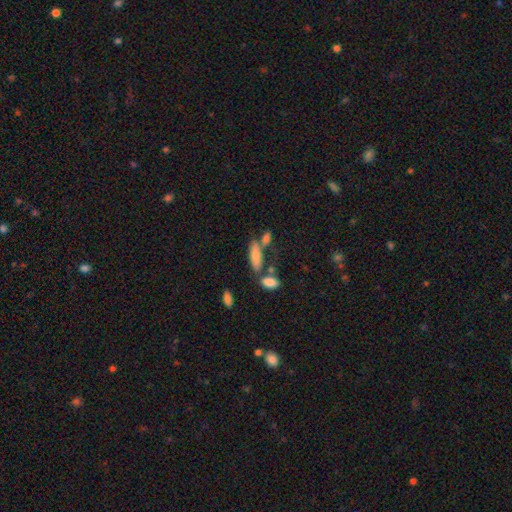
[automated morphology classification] smooth-or-featured: smooth: 77% | featured or disk: 14% | star or artifact: 8%
  how-rounded: in between: 59% | cigar-shaped: 39% | round: 3%
  merging: none: 49% | merger: 29% | minor disturbance: 16% | major disturbance: 7%